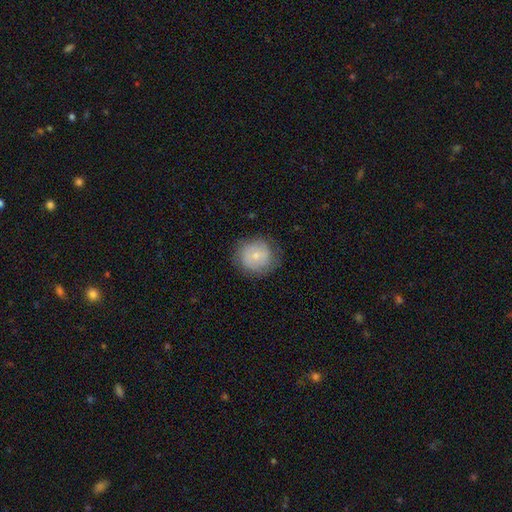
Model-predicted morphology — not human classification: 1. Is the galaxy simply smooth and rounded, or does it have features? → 65% smooth, 27% featured or disk, 8% star or artifact.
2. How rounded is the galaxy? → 88% round, 11% in between, 1% cigar-shaped.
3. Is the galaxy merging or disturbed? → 77% none, 17% minor disturbance, 6% major disturbance, 1% merger.